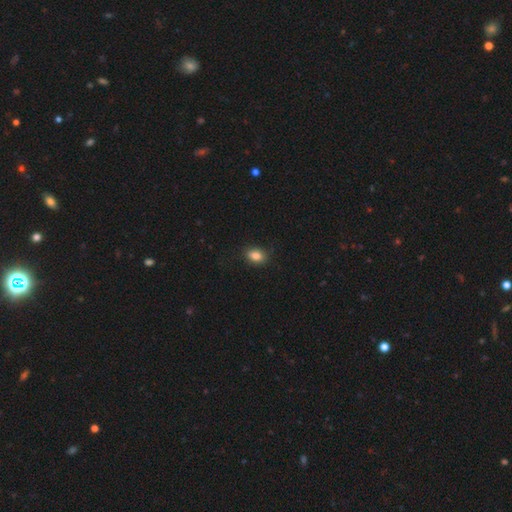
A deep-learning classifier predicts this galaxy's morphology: Smooth or featured? smooth (85%)
How rounded? in between (77%)
Merging? none (87%)